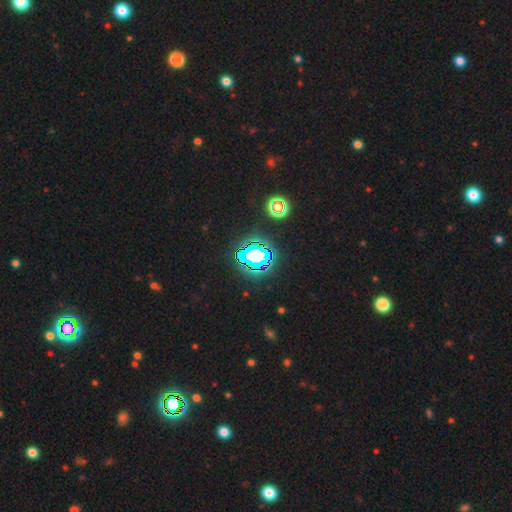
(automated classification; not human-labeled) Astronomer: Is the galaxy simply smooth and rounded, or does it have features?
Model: star or artifact — 66%.